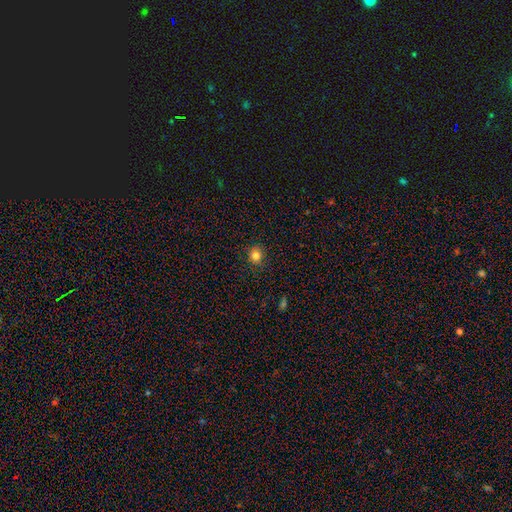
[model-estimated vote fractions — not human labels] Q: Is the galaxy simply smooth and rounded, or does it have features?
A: smooth — 82%.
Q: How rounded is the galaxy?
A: round — 85%.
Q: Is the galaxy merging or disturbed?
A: none — 89%.